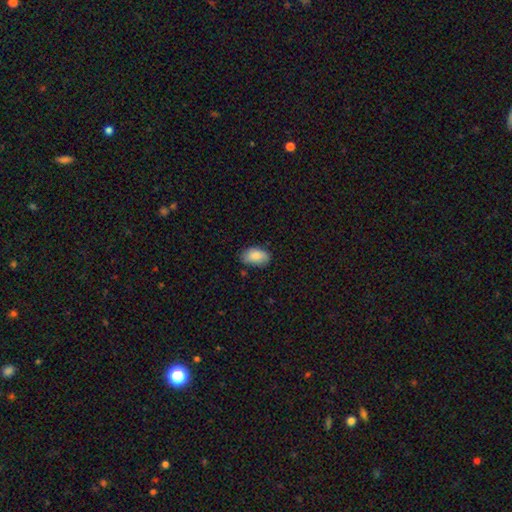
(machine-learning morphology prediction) Smooth or featured?
  - smooth: 86% *
  - featured or disk: 7%
  - star or artifact: 7%
How rounded?
  - in between: 92% *
  - round: 7%
  - cigar-shaped: 1%
Merging?
  - none: 69% *
  - minor disturbance: 25%
  - major disturbance: 4%
  - merger: 2%